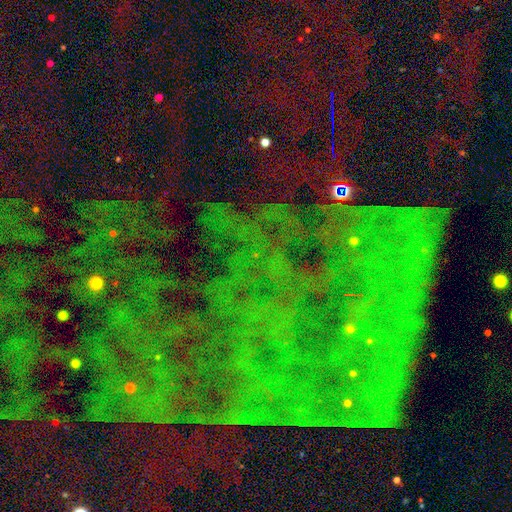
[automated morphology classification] smooth_or_featured: star or artifact (p=0.84) [alt: featured or disk p=0.08]